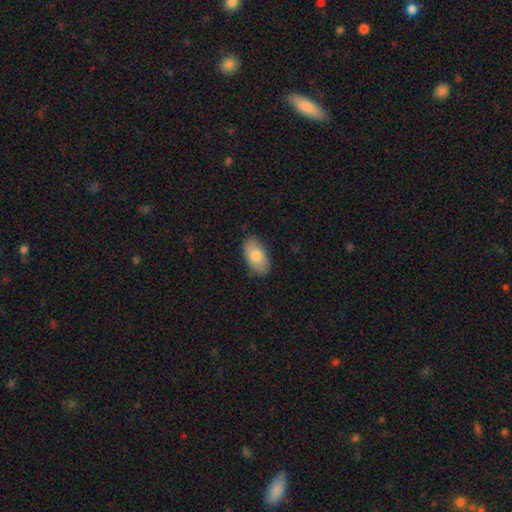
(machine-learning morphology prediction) Smooth or featured: smooth — 82% (featured or disk — 12%)
How rounded: in between — 94% (round — 3%)
Merging: none — 85% (minor disturbance — 12%)